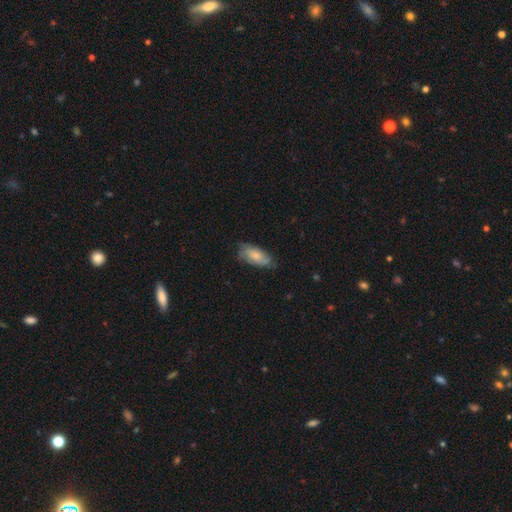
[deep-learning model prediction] The model was most divided on "merging": none: 62%, minor disturbance: 29%, major disturbance: 7%, merger: 2%. More confident: how rounded — in between (88%); smooth or featured — smooth (65%).